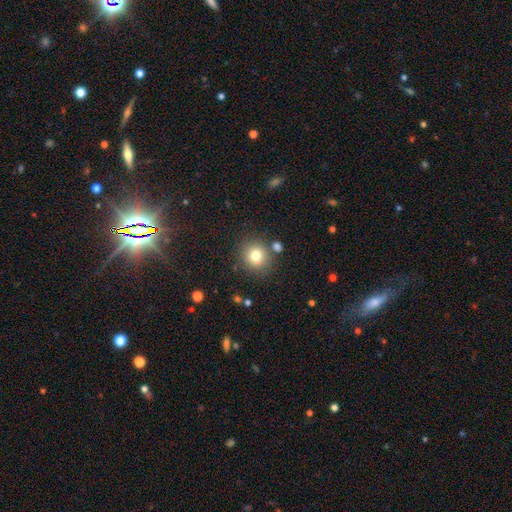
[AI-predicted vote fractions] Morphology: type=smooth (79%); roundness=round (87%); merging=none (81%).